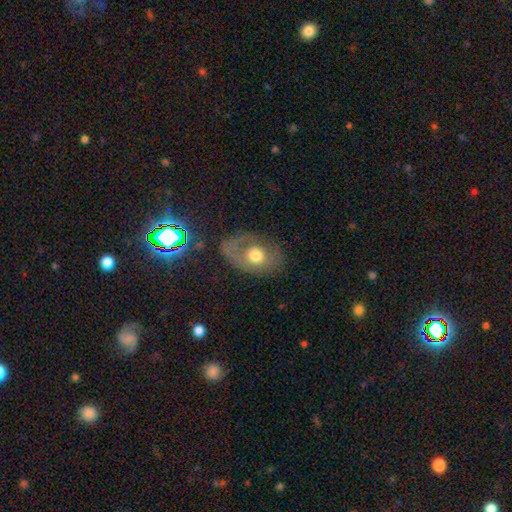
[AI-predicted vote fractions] smooth_or_featured: smooth (p=0.52) [alt: featured or disk p=0.39]
how_rounded: in between (p=0.71) [alt: round p=0.27]
merging: none (p=0.49) [alt: major disturbance p=0.25]